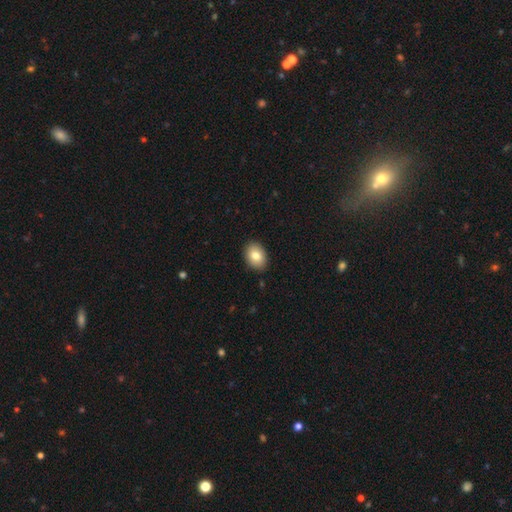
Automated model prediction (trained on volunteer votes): Morphology: type=smooth (83%); roundness=in between (78%); merging=none (89%).